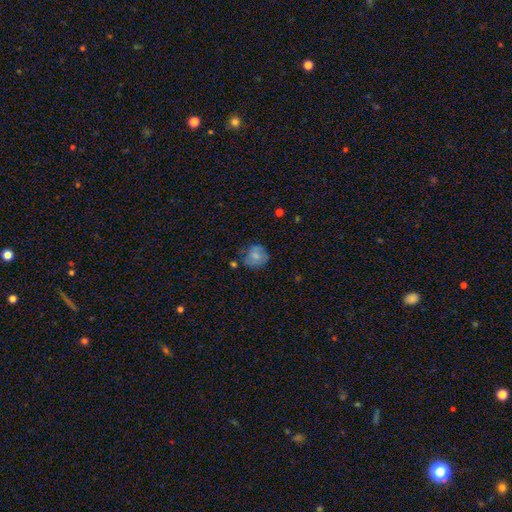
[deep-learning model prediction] Q: Smooth or featured?
A: smooth (71%); runner-up: featured or disk (20%)
Q: How rounded?
A: round (83%); runner-up: in between (16%)
Q: Merging?
A: none (64%); runner-up: minor disturbance (24%)